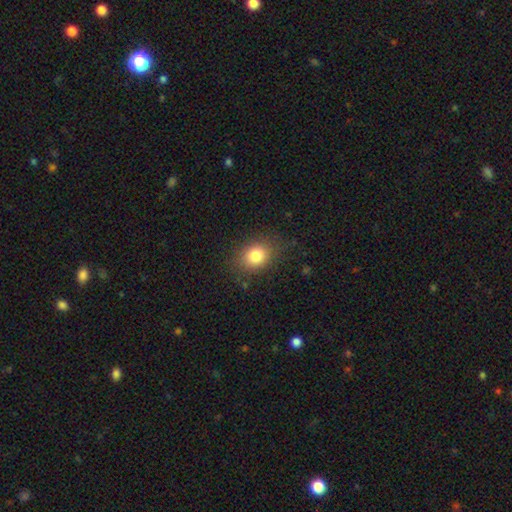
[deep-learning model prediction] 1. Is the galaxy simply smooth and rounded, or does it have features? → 81% smooth, 11% star or artifact, 8% featured or disk.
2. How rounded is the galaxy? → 53% round, 46% in between, 1% cigar-shaped.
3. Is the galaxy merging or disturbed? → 82% none, 13% minor disturbance, 5% major disturbance, 1% merger.